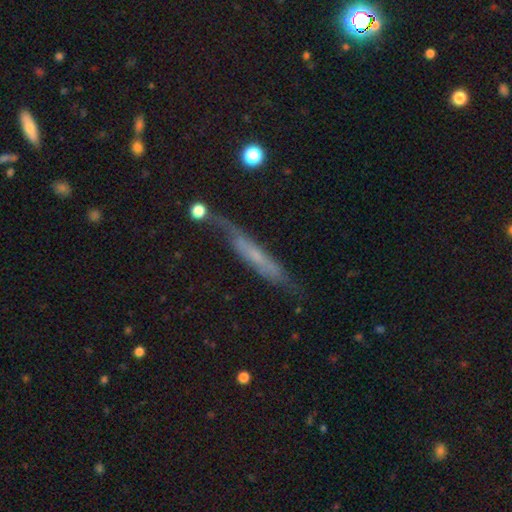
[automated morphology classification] A featured or disk galaxy (54%) viewed edge-on (75%). Merging: none (62%).